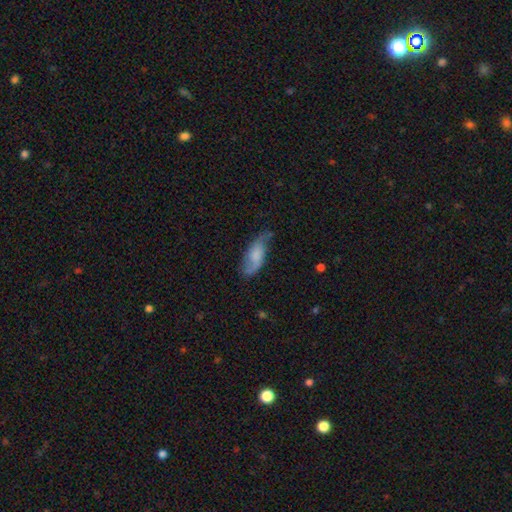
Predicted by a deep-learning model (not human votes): Smooth or featured? smooth (47%)
Merging? none (55%)